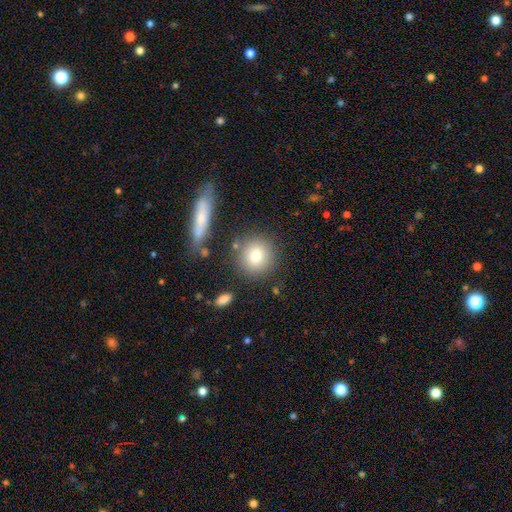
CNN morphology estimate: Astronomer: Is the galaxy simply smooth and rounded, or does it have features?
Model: smooth — 81%.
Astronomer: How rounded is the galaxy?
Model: round — 87%.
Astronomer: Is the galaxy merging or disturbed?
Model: none — 80%.